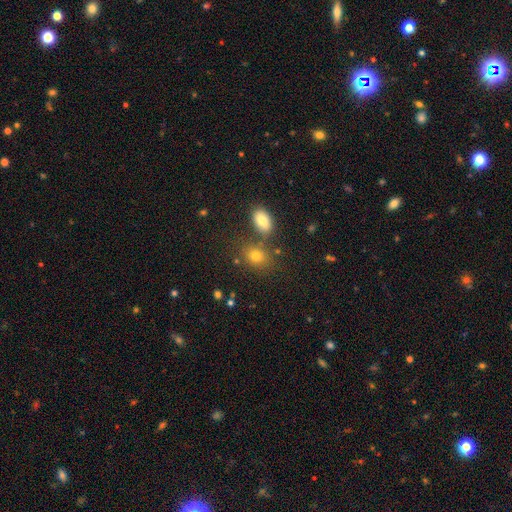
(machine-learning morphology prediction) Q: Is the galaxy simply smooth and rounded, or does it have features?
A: smooth — 77%.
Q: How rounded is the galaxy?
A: in between — 58%.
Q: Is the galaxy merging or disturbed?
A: none — 67%.